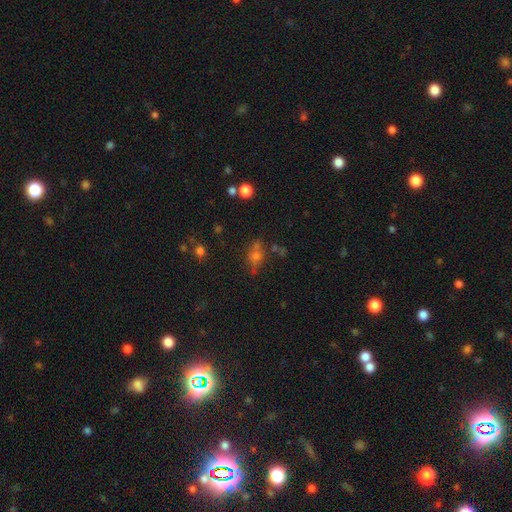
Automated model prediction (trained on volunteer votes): Smooth or featured? smooth (51%)
How rounded? round (49%)
Merging? none (60%)